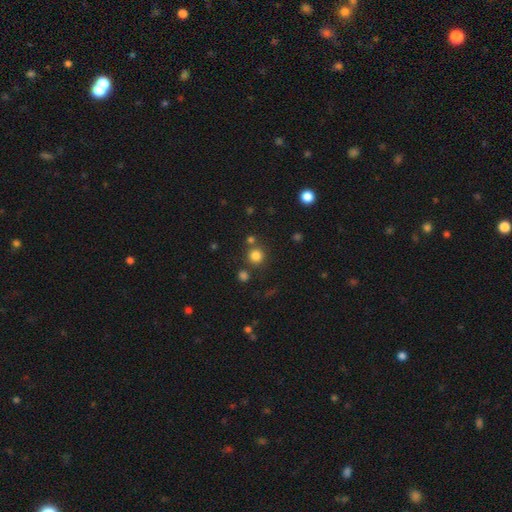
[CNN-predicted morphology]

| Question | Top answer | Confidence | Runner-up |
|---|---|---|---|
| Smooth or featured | smooth | 80% | star or artifact (14%) |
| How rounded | round | 92% | in between (7%) |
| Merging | none | 77% | merger (12%) |